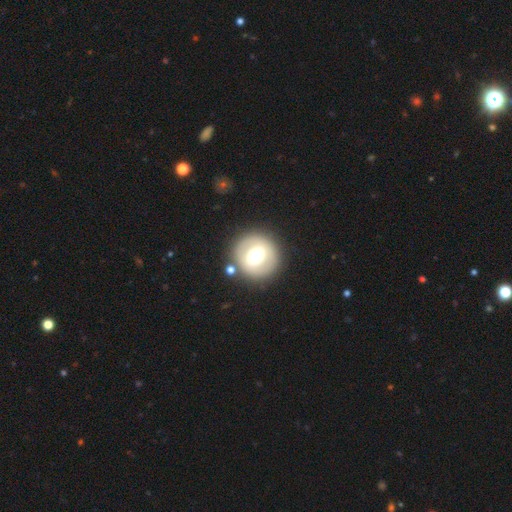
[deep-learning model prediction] smooth 55%, featured or disk 37%, star or artifact 8%. Down the decision tree: how rounded — round (92%); merging — none (82%).